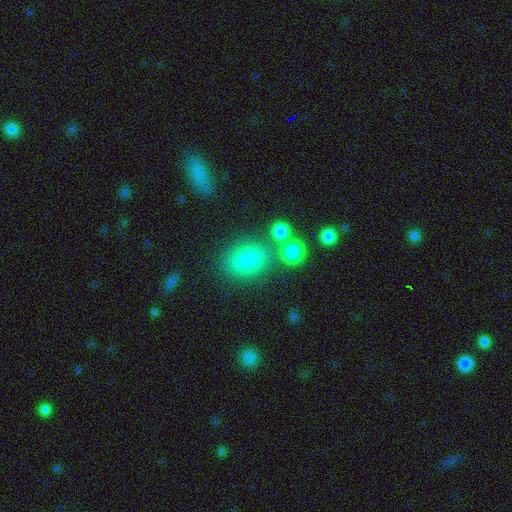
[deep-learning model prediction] Smooth or featured? smooth (70%)
How rounded? round (55%)
Merging? none (75%)